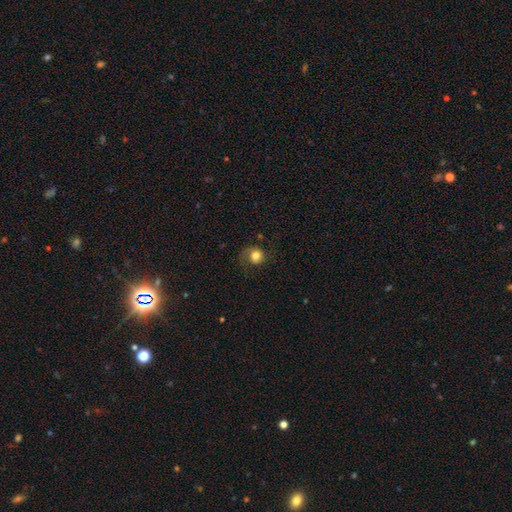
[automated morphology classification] Overall: smooth (72%). How rounded: round (77%). Merging: none (53%; major disturbance 23%).